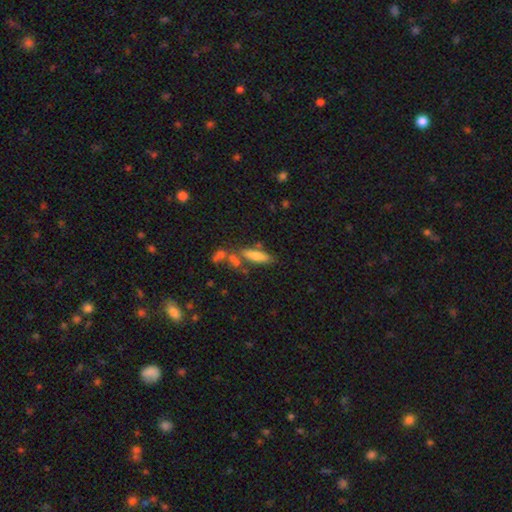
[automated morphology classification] Smooth or featured? smooth (65%)
How rounded? cigar-shaped (57%)
Merging? none (58%)